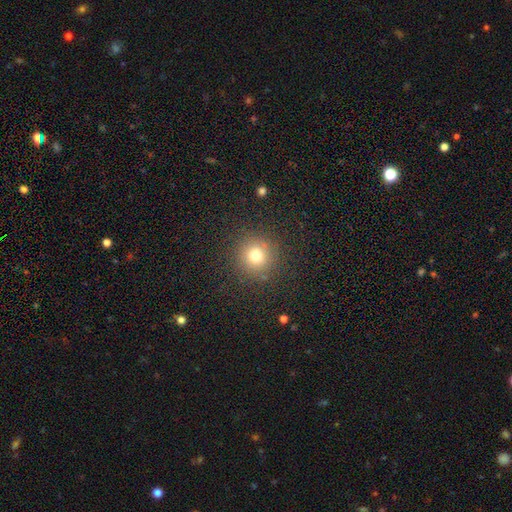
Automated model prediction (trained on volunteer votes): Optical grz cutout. It shows a smooth galaxy with no disk features (75%) that is round (93%). Merging: none (87%).